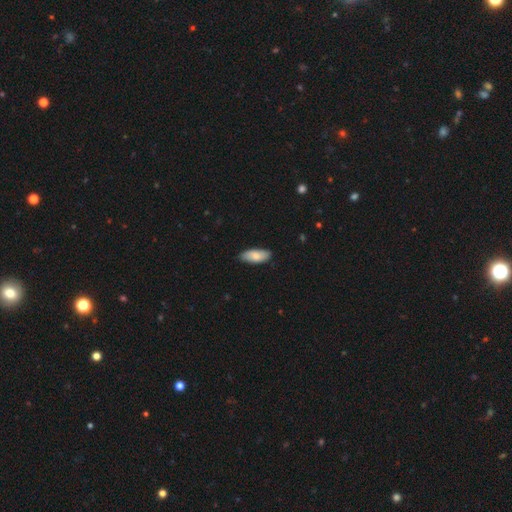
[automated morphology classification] Smooth or featured: smooth — 80% (featured or disk — 15%)
How rounded: in between — 84% (cigar-shaped — 14%)
Merging: none — 81% (minor disturbance — 16%)